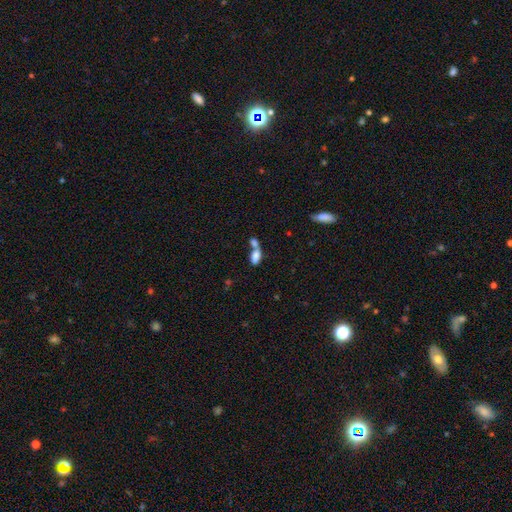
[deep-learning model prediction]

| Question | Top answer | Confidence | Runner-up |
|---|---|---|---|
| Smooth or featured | smooth | 77% | featured or disk (14%) |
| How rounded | in between | 87% | round (7%) |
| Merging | merger | 64% | none (22%) |